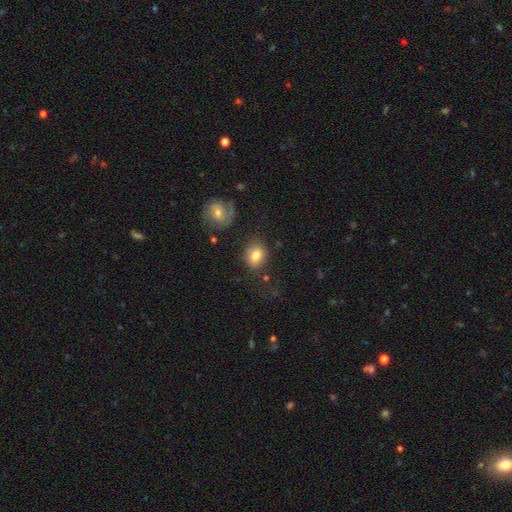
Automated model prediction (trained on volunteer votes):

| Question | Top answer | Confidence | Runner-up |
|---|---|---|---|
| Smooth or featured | smooth | 78% | featured or disk (13%) |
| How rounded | round | 50% | in between (48%) |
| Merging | none | 75% | minor disturbance (15%) |